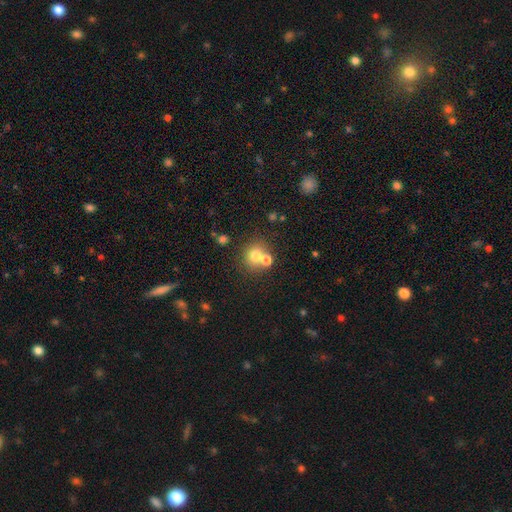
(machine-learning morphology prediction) A smooth galaxy with no disk features (72%) that is round (83%). Merging: none (55%).